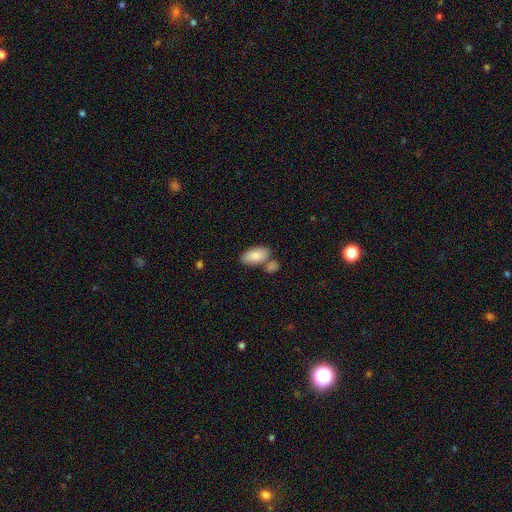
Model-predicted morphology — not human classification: Q: Smooth or featured?
A: smooth (83%); runner-up: featured or disk (11%)
Q: How rounded?
A: in between (94%); runner-up: round (3%)
Q: Merging?
A: none (57%); runner-up: merger (24%)